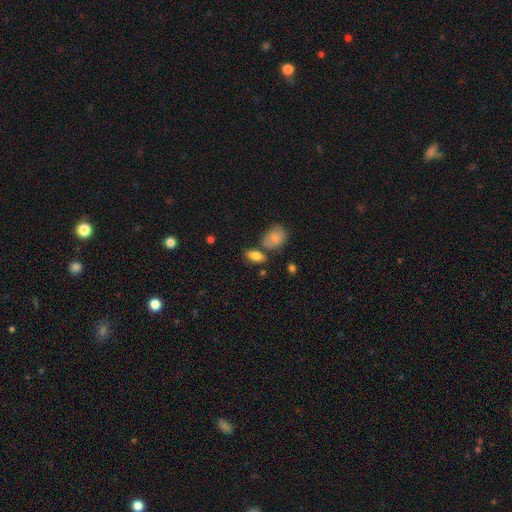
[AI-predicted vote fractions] Smooth or featured?
  - smooth: 82% *
  - featured or disk: 10%
  - star or artifact: 8%
How rounded?
  - in between: 87% *
  - round: 7%
  - cigar-shaped: 5%
Merging?
  - none: 65% *
  - merger: 15%
  - minor disturbance: 15%
  - major disturbance: 4%